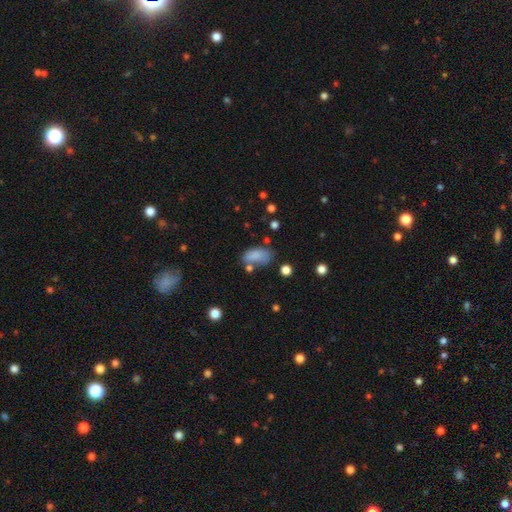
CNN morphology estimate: smooth_or_featured: smooth (p=0.81) [alt: star or artifact p=0.10]
how_rounded: in between (p=0.91) [alt: round p=0.05]
merging: none (p=0.46) [alt: minor disturbance p=0.27]